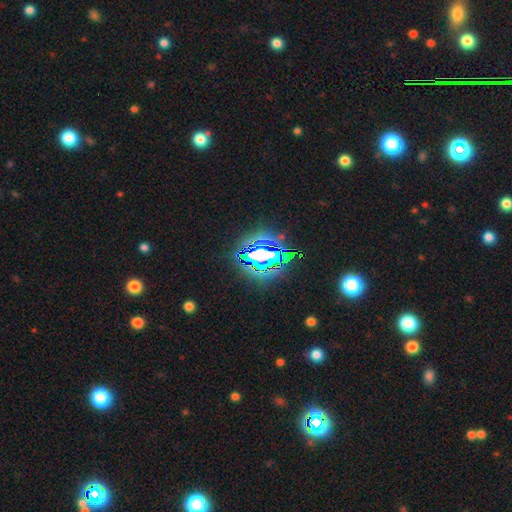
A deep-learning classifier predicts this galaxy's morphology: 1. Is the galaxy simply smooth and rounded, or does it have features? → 73% star or artifact, 14% featured or disk, 14% smooth.